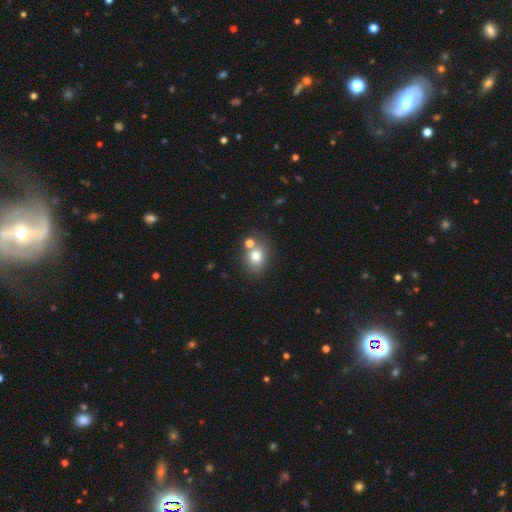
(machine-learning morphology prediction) This appears to be a smooth galaxy with no disk features (74%) that is round (63%). Merging: none (64%).